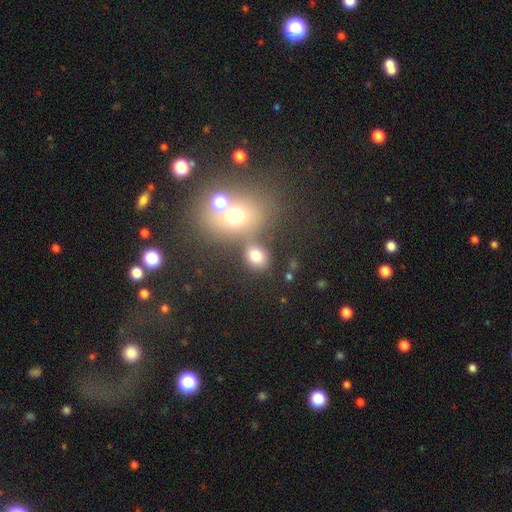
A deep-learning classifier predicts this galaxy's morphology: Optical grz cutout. It shows a smooth galaxy with no disk features (75%) that is round (66%). Merging: none (61%).